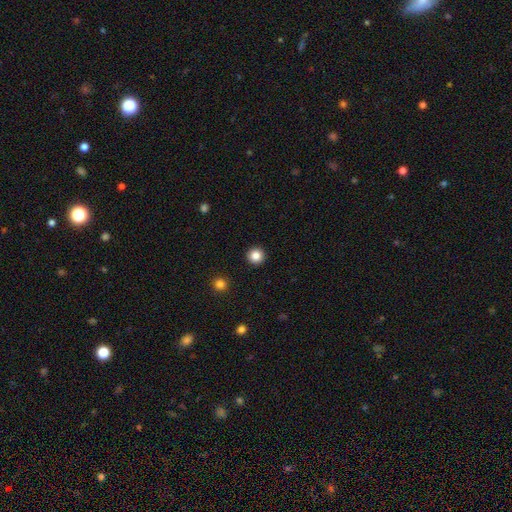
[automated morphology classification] smooth_or_featured: smooth (p=0.84) [alt: star or artifact p=0.11]
how_rounded: round (p=0.96) [alt: in between p=0.03]
merging: none (p=0.94) [alt: minor disturbance p=0.04]